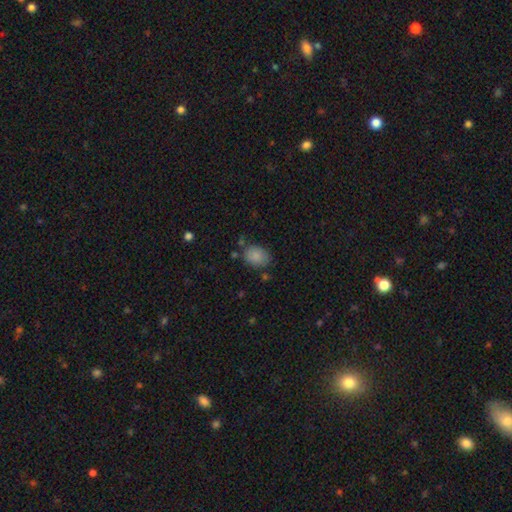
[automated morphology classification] This appears to be a smooth galaxy with no disk features (86%) that is in between round and cigar-shaped (64%). Merging: none (74%).